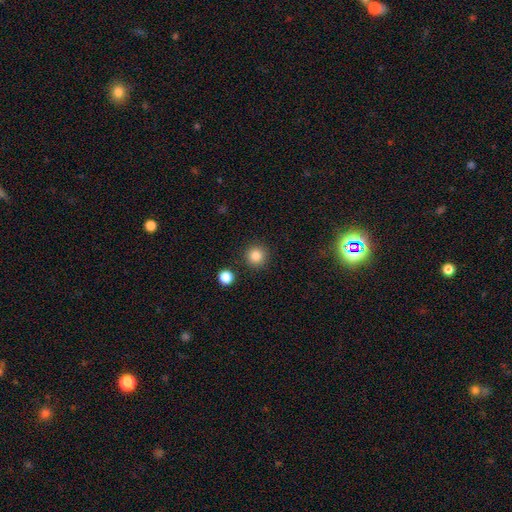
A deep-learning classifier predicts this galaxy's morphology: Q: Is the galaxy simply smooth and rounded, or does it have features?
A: smooth — 84%.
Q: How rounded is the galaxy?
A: round — 95%.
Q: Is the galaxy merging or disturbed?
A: none — 91%.